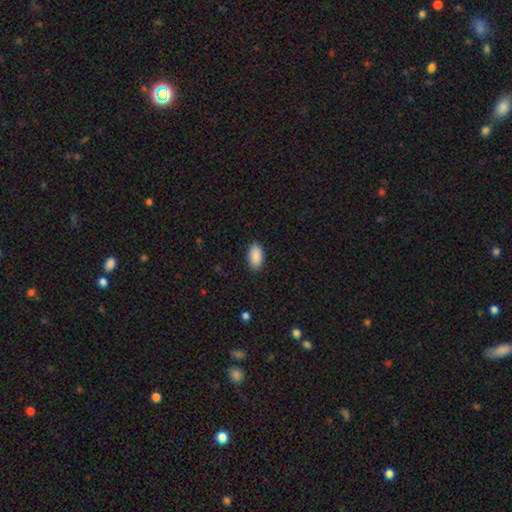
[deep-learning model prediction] smooth_or_featured: smooth (p=0.90) [alt: star or artifact p=0.06]
how_rounded: in between (p=0.95) [alt: round p=0.03]
merging: none (p=0.89) [alt: minor disturbance p=0.08]